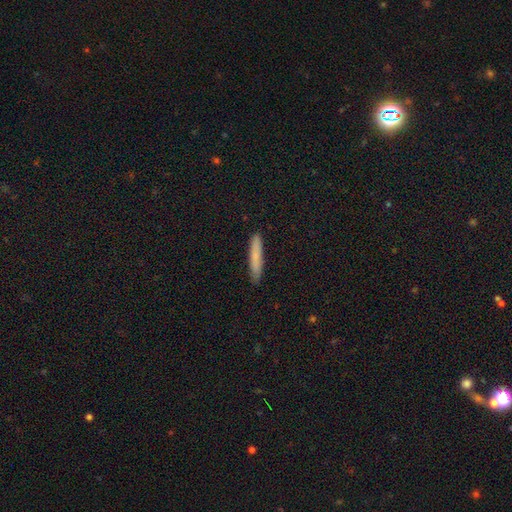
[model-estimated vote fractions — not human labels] Smooth or featured: smooth — 77% (featured or disk — 16%)
How rounded: cigar-shaped — 92% (in between — 6%)
Merging: none — 88% (minor disturbance — 9%)